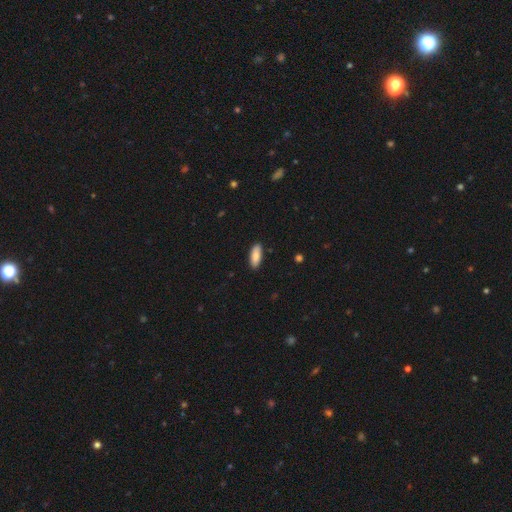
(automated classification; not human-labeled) Morphology: type=smooth (85%); roundness=in between (75%); merging=none (89%).